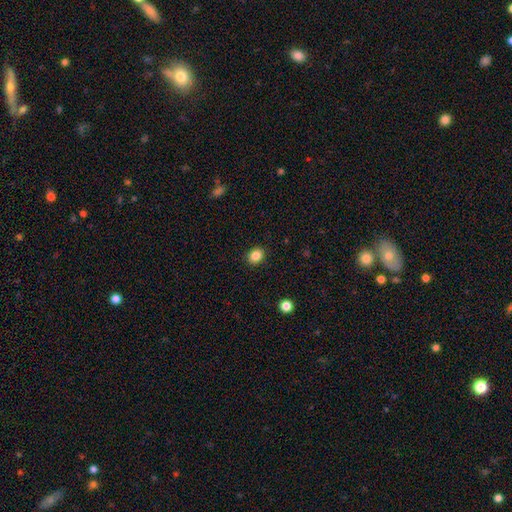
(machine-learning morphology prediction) smooth-or-featured: smooth: 85% | star or artifact: 11% | featured or disk: 4%
  how-rounded: round: 62% | in between: 37% | cigar-shaped: 1%
  merging: none: 90% | minor disturbance: 7% | major disturbance: 2% | merger: 1%